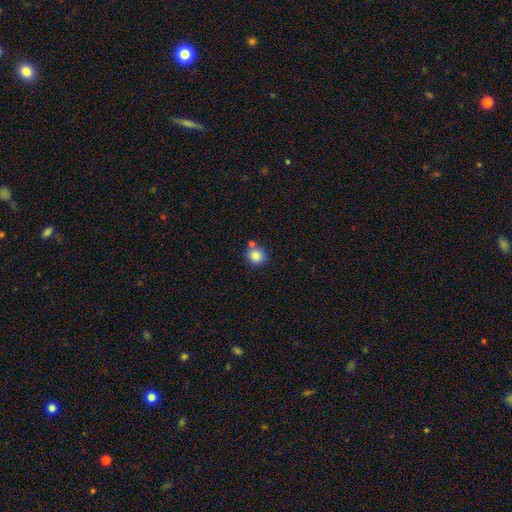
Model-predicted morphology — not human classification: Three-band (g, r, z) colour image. It shows a smooth galaxy with no disk features (85%) that is round (90%). Merging: none (69%).